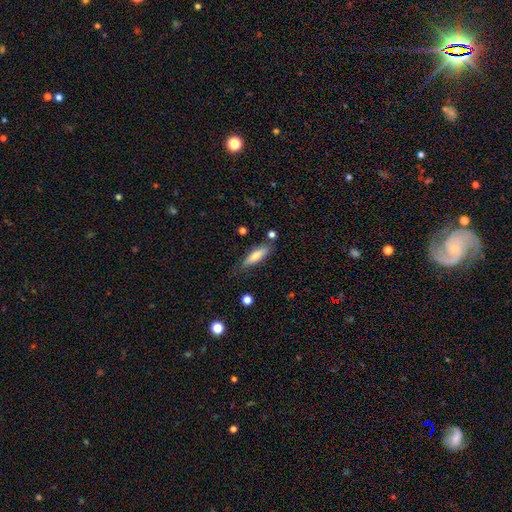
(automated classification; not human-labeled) Q: Smooth or featured?
A: smooth (71%); runner-up: featured or disk (22%)
Q: How rounded?
A: cigar-shaped (60%); runner-up: in between (39%)
Q: Merging?
A: none (73%); runner-up: minor disturbance (19%)